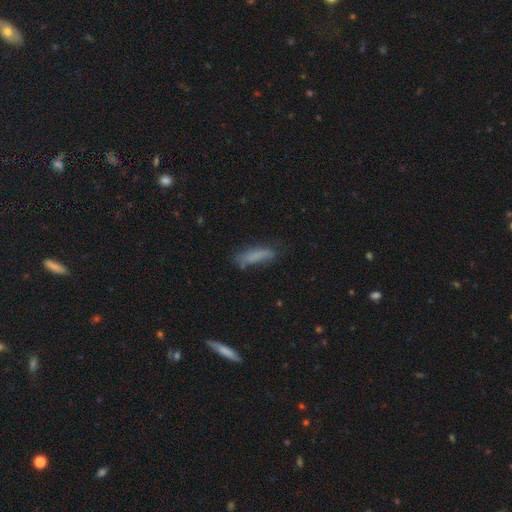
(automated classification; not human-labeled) A smooth galaxy with no disk features (74%) that is cigar-shaped (66%). Merging: none (57%).